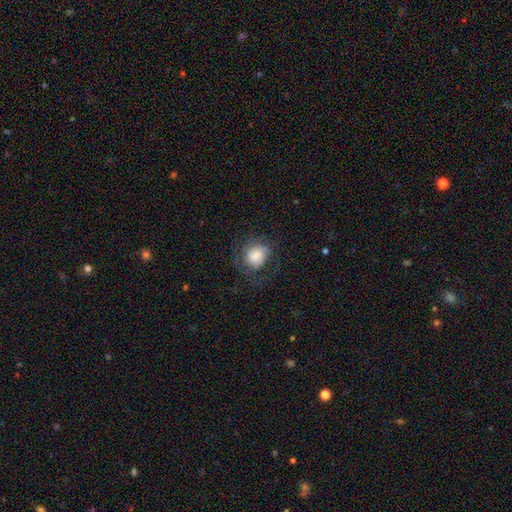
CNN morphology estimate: type=smooth (60%); roundness=round (75%); merging=none (58%).